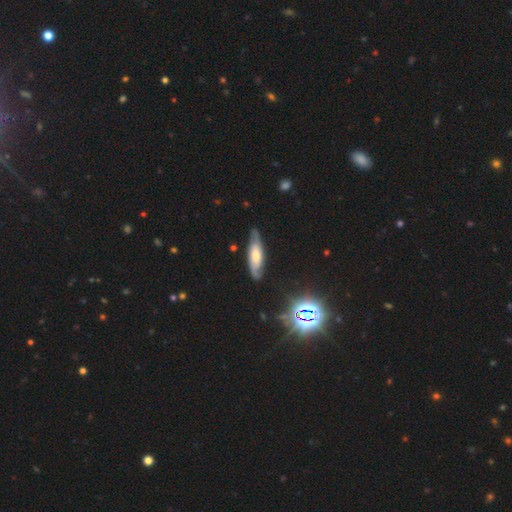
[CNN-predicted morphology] A featured or disk galaxy (57%). Merging: none (76%).